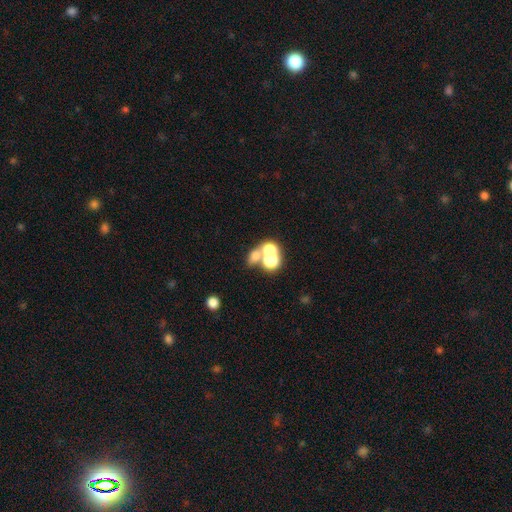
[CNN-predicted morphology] A smooth galaxy with no disk features (59%) that is round (59%). Merging: merger (55%).